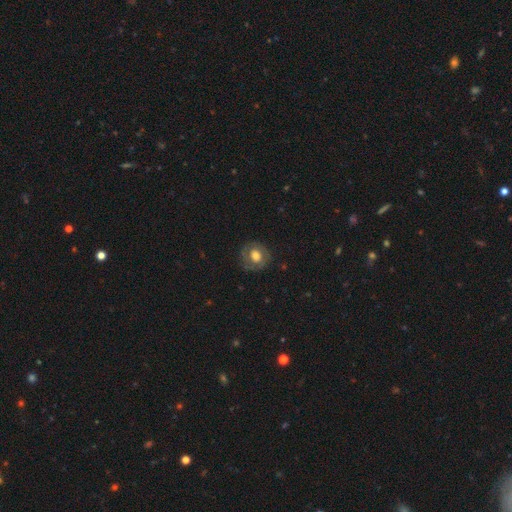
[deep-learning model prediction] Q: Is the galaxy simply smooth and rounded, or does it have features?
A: smooth — 49%.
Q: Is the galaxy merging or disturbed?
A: none — 78%.